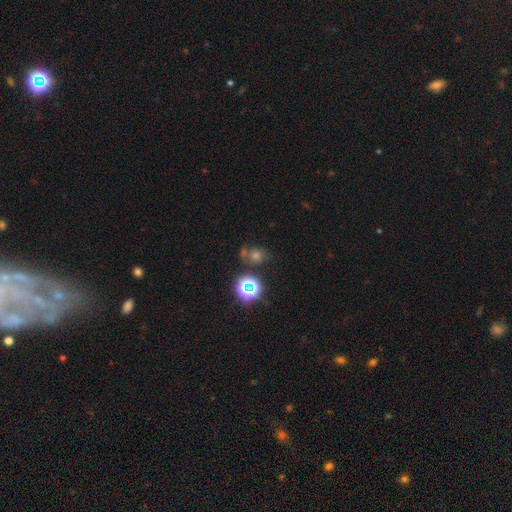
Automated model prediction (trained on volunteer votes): Smooth or featured? Predicted: star or artifact (p=0.47).